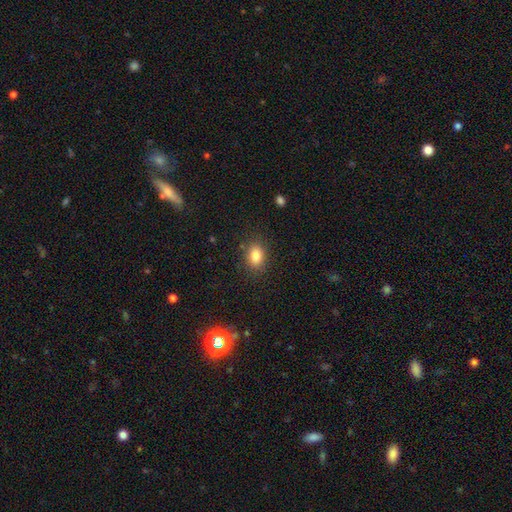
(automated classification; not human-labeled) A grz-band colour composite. It shows a smooth galaxy with no disk features (85%) that is in between round and cigar-shaped (75%). Merging: none (84%).